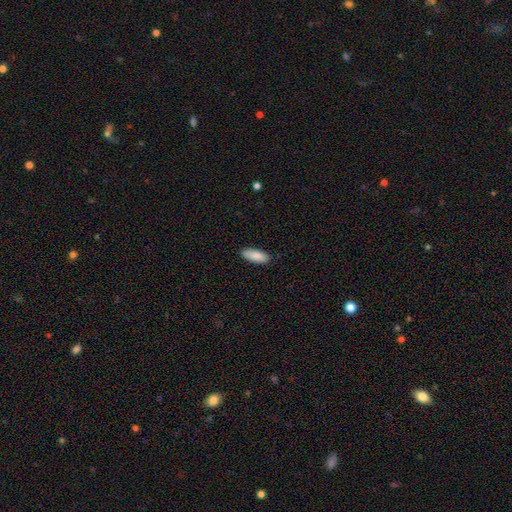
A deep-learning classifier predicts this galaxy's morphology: Smooth or featured?
  - smooth: 89% *
  - star or artifact: 5%
  - featured or disk: 5%
How rounded?
  - in between: 75% *
  - cigar-shaped: 23%
  - round: 2%
Merging?
  - none: 88% *
  - minor disturbance: 9%
  - major disturbance: 2%
  - merger: 1%